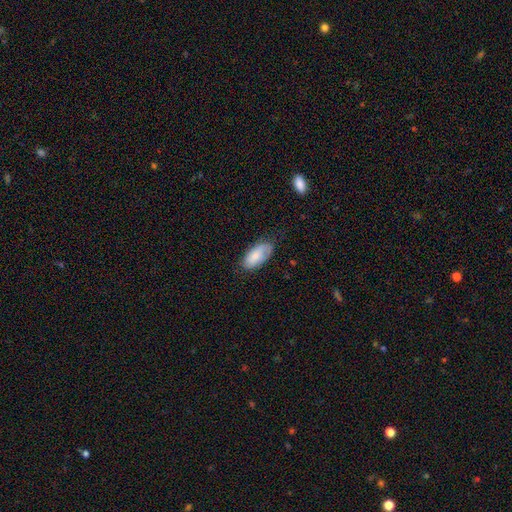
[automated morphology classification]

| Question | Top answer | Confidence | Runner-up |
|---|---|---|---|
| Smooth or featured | smooth | 78% | featured or disk (16%) |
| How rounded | in between | 92% | cigar-shaped (6%) |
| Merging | none | 70% | minor disturbance (23%) |